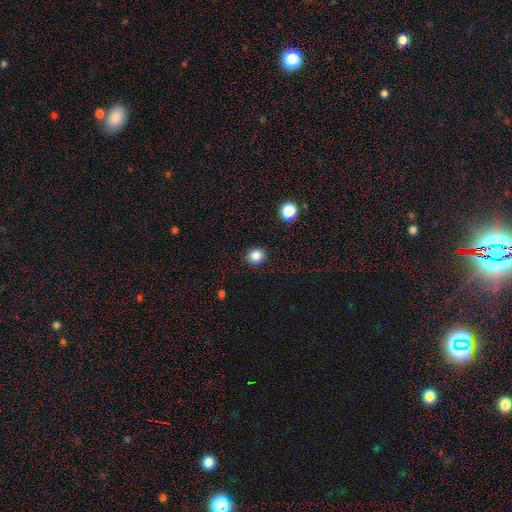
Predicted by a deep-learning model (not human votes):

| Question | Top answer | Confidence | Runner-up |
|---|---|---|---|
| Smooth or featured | smooth | 85% | star or artifact (11%) |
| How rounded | round | 82% | in between (17%) |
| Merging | none | 90% | minor disturbance (7%) |